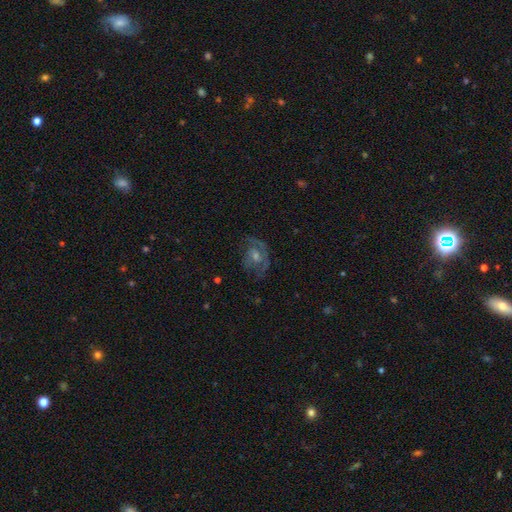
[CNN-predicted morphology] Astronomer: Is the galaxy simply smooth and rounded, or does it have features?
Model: featured or disk — 71%.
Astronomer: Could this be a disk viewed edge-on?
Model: no — 96%.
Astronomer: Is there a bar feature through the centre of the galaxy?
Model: no — 66%.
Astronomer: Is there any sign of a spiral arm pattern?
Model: yes — 81%.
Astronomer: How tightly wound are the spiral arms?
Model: tight — 44% (runner-up: medium, 41%).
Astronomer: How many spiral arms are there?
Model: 2 — 43% (runner-up: can't tell, 29%).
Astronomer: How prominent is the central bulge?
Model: moderate — 53% (runner-up: small, 38%).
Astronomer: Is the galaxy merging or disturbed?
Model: none — 65%.